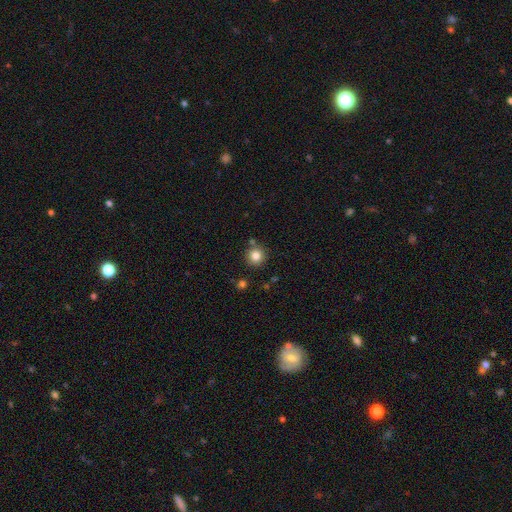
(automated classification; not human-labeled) Q: Smooth or featured?
A: smooth (82%); runner-up: star or artifact (12%)
Q: How rounded?
A: round (94%); runner-up: in between (5%)
Q: Merging?
A: none (83%); runner-up: minor disturbance (8%)